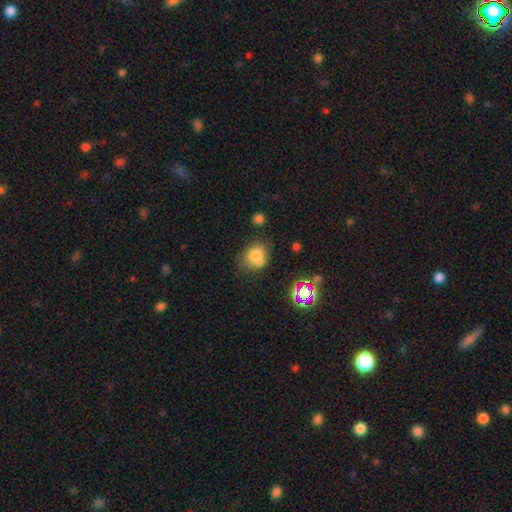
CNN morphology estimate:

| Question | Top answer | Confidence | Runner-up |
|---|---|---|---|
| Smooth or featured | smooth | 71% | star or artifact (15%) |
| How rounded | round | 57% | in between (42%) |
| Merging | none | 46% | merger (28%) |